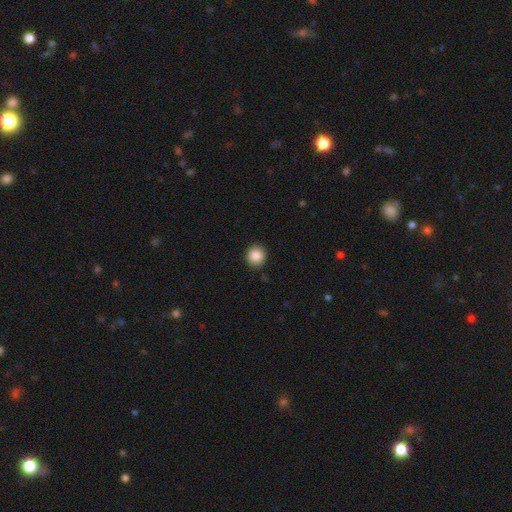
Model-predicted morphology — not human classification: Smooth or featured? Predicted: smooth (p=0.87). How rounded? Predicted: round (p=0.89). Merging? Predicted: none (p=0.90).